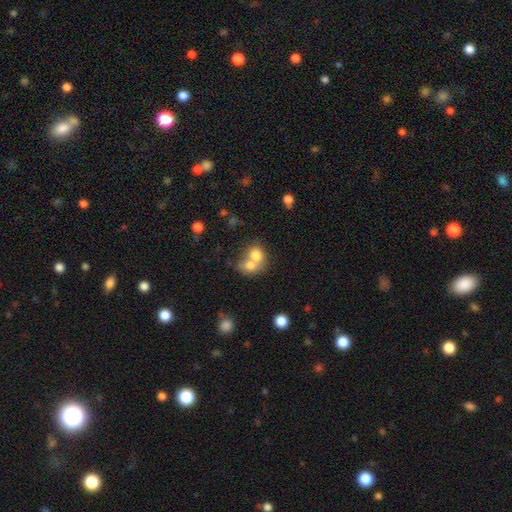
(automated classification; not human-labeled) This is likely a smooth galaxy (73%). How rounded: possibly round (56%). Merging: likely merger (70%).